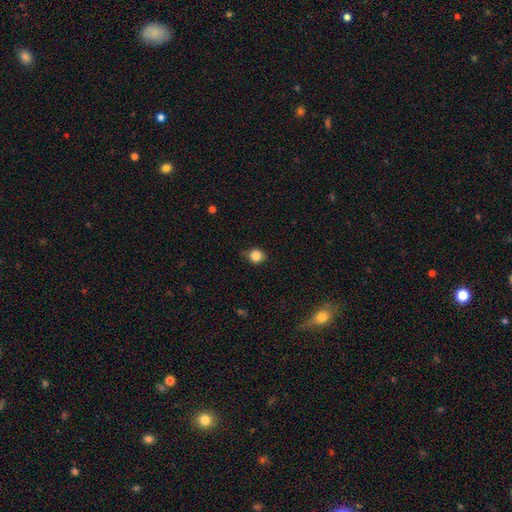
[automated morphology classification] Smooth or featured? smooth (84%)
How rounded? round (78%)
Merging? none (76%)